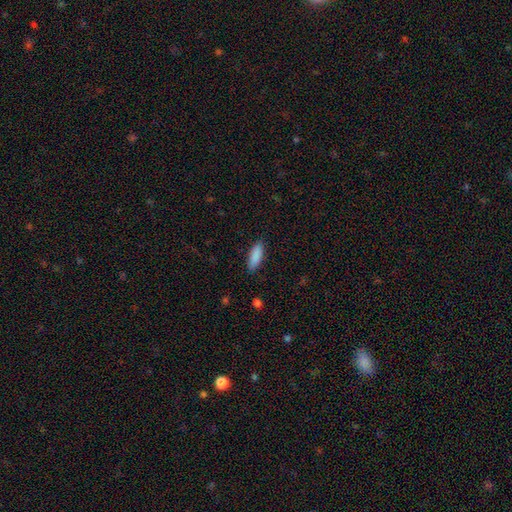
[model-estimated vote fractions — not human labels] Q: Smooth or featured?
A: smooth (89%); runner-up: star or artifact (6%)
Q: How rounded?
A: in between (64%); runner-up: cigar-shaped (34%)
Q: Merging?
A: none (87%); runner-up: minor disturbance (10%)